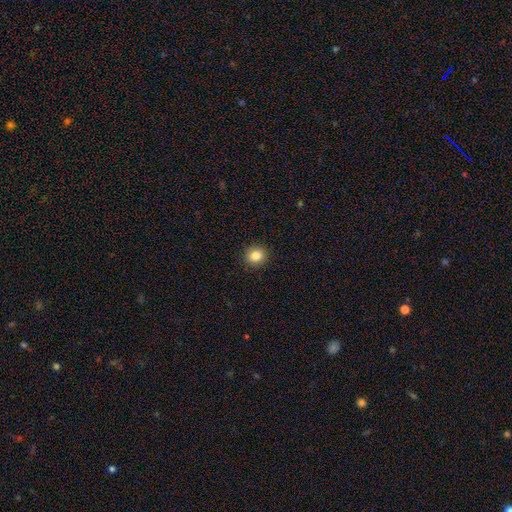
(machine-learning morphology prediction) smooth-or-featured: smooth: 83% | star or artifact: 11% | featured or disk: 6%
  how-rounded: round: 89% | in between: 10% | cigar-shaped: 1%
  merging: none: 92% | minor disturbance: 5% | major disturbance: 2% | merger: 1%